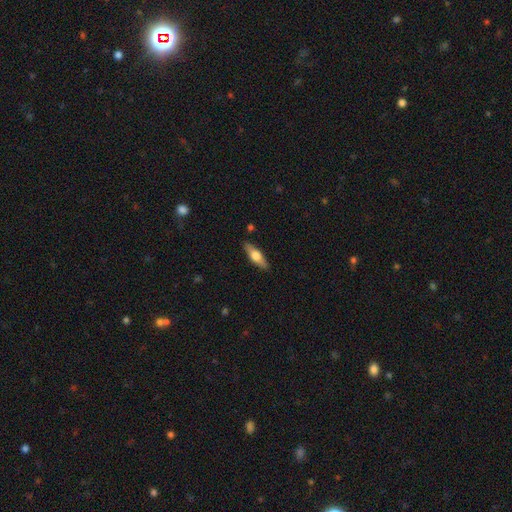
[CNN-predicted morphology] smooth-or-featured: smooth: 50% | featured or disk: 45% | star or artifact: 6%
  merging: none: 88% | minor disturbance: 9% | major disturbance: 2% | merger: 1%